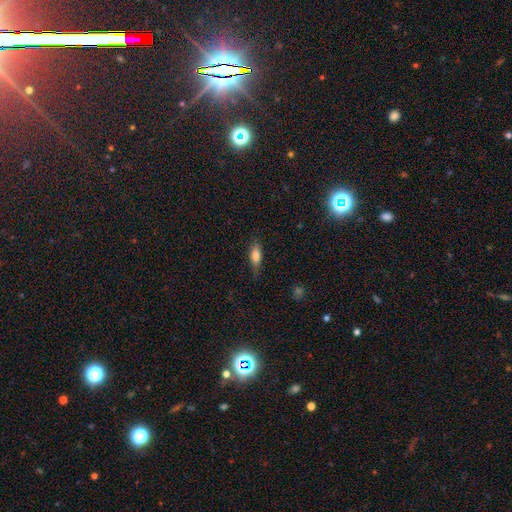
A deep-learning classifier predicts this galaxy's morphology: A smooth galaxy with no disk features (76%) that is in between round and cigar-shaped (67%).

Vote fractions:
- Smooth or featured? smooth: 76% / featured or disk: 16% / star or artifact: 8%
- How rounded? in between: 67% / cigar-shaped: 30% / round: 3%
- Merging? none: 71% / minor disturbance: 22% / major disturbance: 5% / merger: 1%